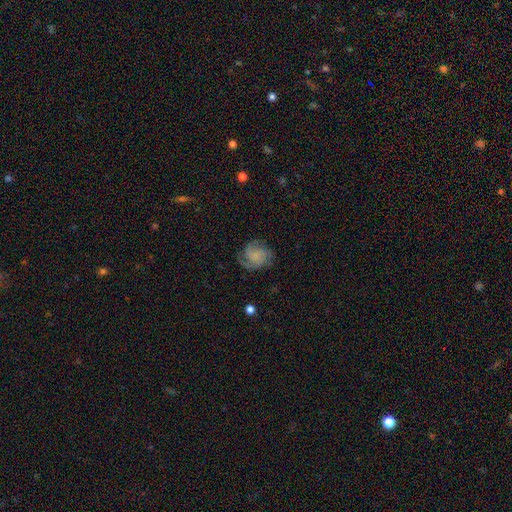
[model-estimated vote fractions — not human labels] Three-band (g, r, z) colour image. It shows a featured or disk galaxy (62%) with no bar (75%), 2 (32%) tight (43%) spiral arms (93%) and no central bulge (43%). Merging: none (67%).